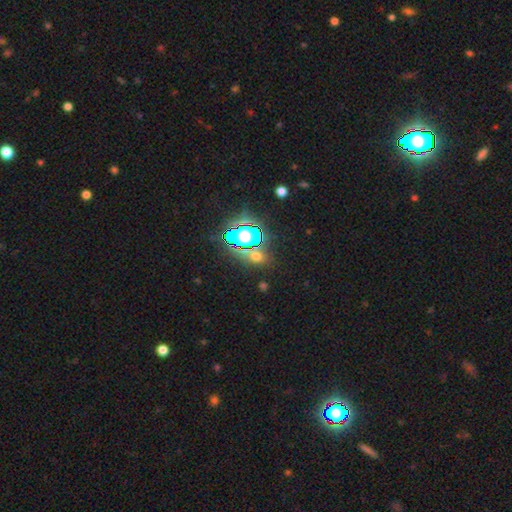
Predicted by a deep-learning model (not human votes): Morphology: type=star or artifact (49%).